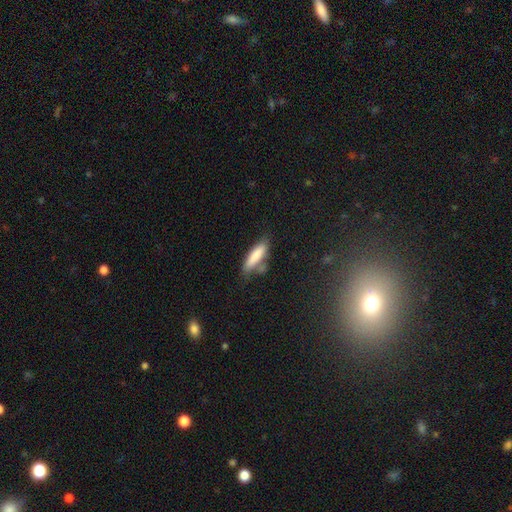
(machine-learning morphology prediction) smooth-or-featured: smooth: 80% | featured or disk: 14% | star or artifact: 7%
  how-rounded: cigar-shaped: 63% | in between: 36% | round: 2%
  merging: none: 56% | minor disturbance: 23% | merger: 13% | major disturbance: 8%